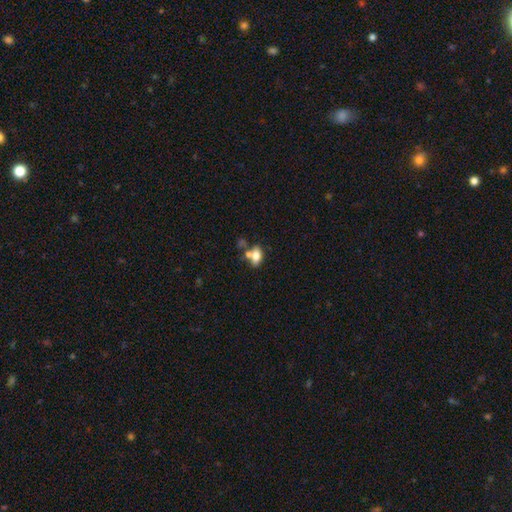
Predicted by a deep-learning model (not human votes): Q: Smooth or featured?
A: smooth (73%); runner-up: featured or disk (17%)
Q: How rounded?
A: in between (84%); runner-up: round (11%)
Q: Merging?
A: none (45%); runner-up: merger (34%)